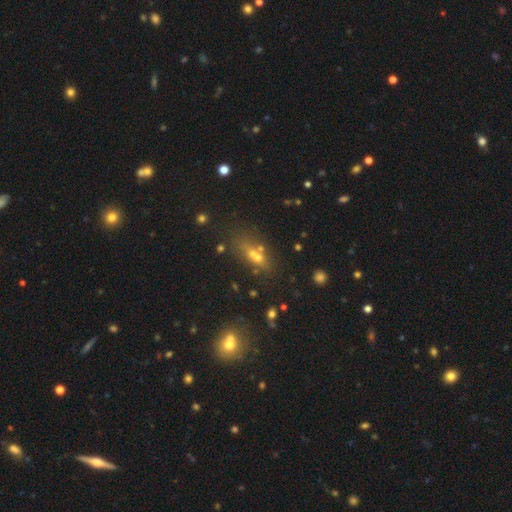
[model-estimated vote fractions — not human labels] Smooth or featured? Predicted: smooth (p=0.48). Merging? Predicted: none (p=0.47).